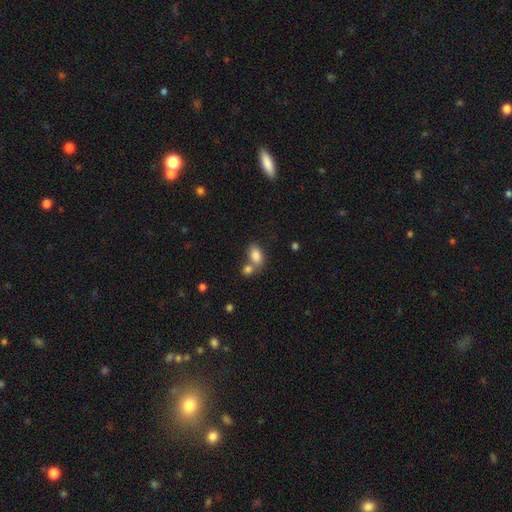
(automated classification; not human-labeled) This appears to be a smooth galaxy with no disk features (83%) that is in between round and cigar-shaped (86%). Merging: merger (43%).